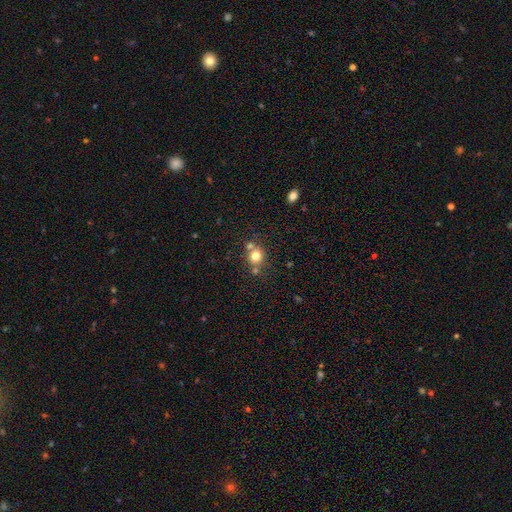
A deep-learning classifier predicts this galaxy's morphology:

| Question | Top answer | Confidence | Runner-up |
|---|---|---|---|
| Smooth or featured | smooth | 77% | star or artifact (13%) |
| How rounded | round | 80% | in between (19%) |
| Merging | none | 59% | merger (26%) |